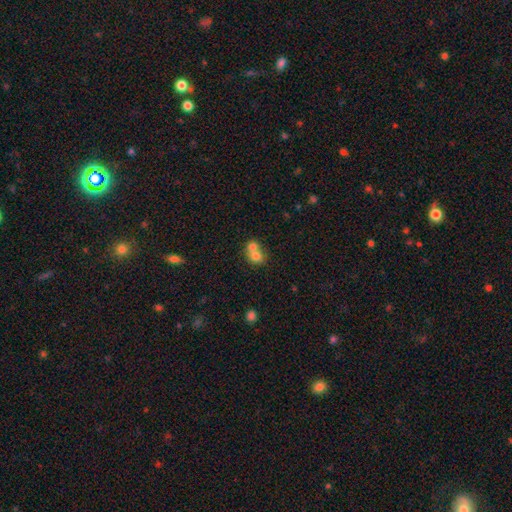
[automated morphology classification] A smooth galaxy with no disk features (73%) that is round (66%). Merging: merger (68%).